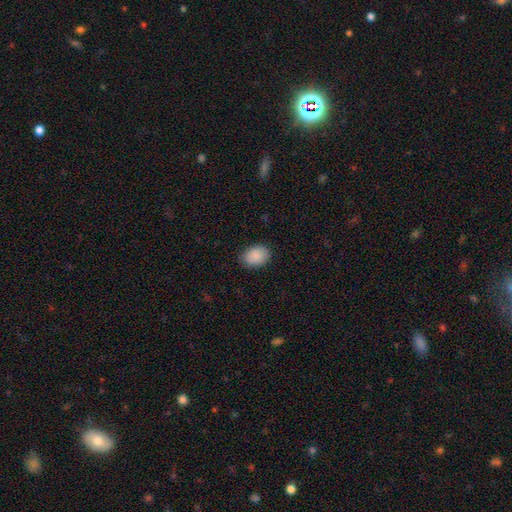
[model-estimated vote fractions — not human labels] Smooth or featured? smooth (89%)
How rounded? in between (77%)
Merging? none (85%)